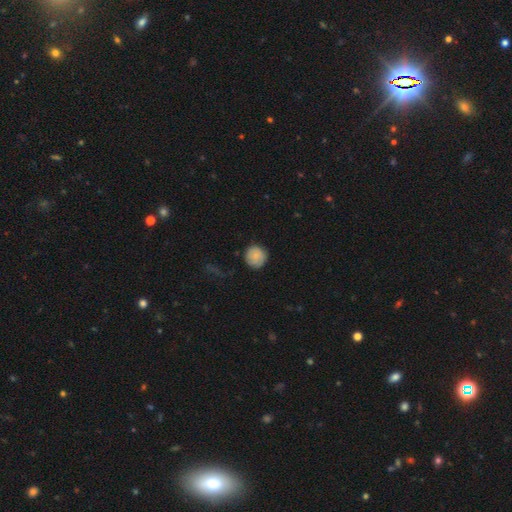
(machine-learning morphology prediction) This is likely a smooth galaxy (80%). How rounded: clearly round (90%). Merging: likely none (79%).